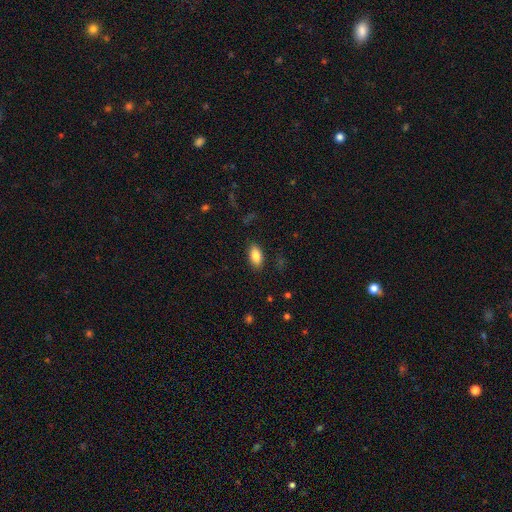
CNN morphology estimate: A smooth galaxy with no disk features (83%) that is in between round and cigar-shaped (90%). Merging: none (86%).